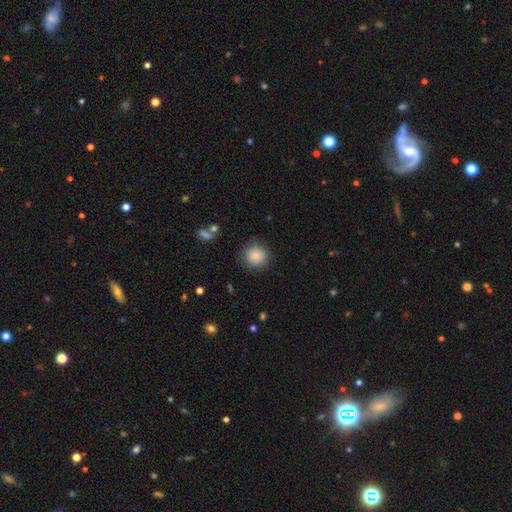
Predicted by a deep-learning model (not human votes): smooth_or_featured: smooth (p=0.84) [alt: star or artifact p=0.09]
how_rounded: round (p=0.93) [alt: in between p=0.06]
merging: none (p=0.85) [alt: minor disturbance p=0.10]